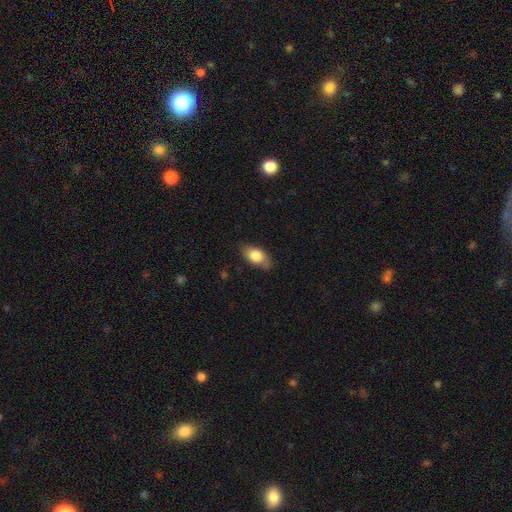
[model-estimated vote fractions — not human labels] Overall: smooth (78%). How rounded: in between (88%). Merging: none (73%).